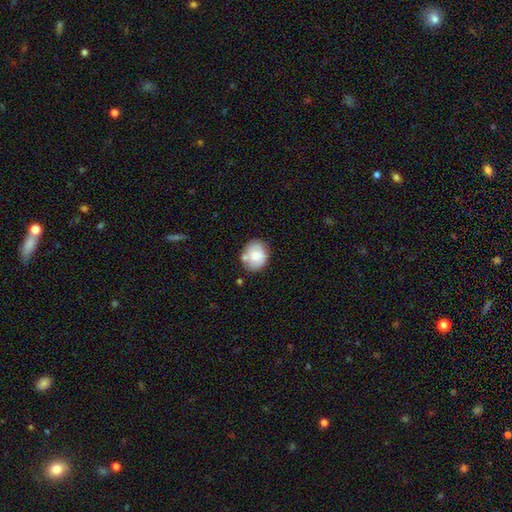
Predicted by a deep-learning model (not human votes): Smooth or featured? smooth (78%)
How rounded? round (59%)
Merging? none (66%)